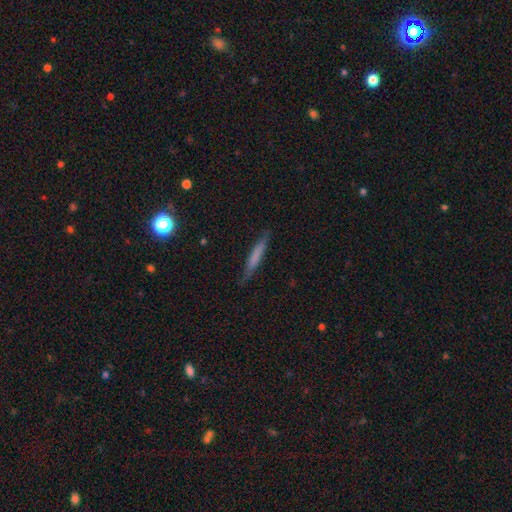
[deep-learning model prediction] Smooth or featured?
  - smooth: 64% *
  - featured or disk: 29%
  - star or artifact: 7%
How rounded?
  - cigar-shaped: 93% *
  - in between: 5%
  - round: 1%
Merging?
  - none: 83% *
  - minor disturbance: 13%
  - major disturbance: 3%
  - merger: 1%